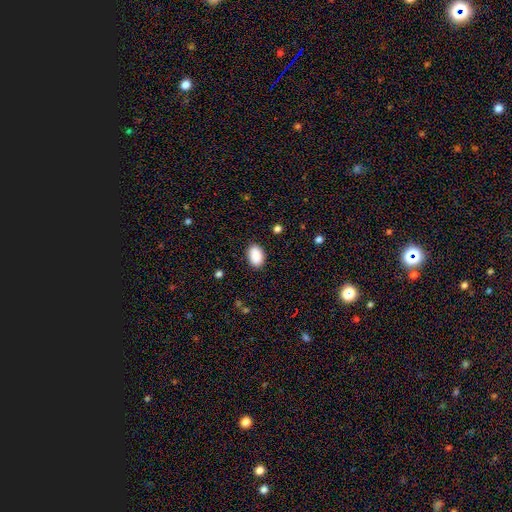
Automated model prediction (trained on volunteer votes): smooth_or_featured: smooth (p=0.91) [alt: star or artifact p=0.07]
how_rounded: in between (p=0.88) [alt: round p=0.11]
merging: none (p=0.89) [alt: minor disturbance p=0.08]